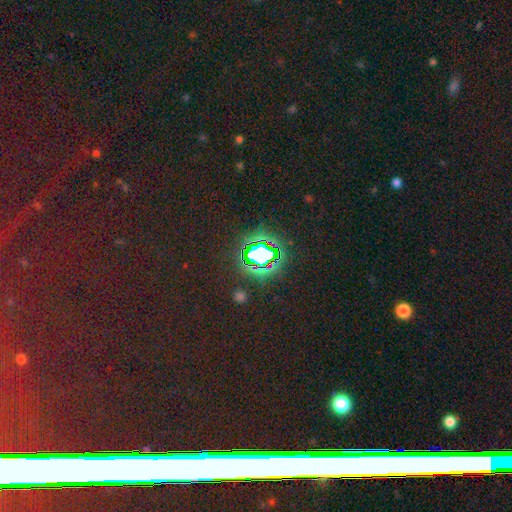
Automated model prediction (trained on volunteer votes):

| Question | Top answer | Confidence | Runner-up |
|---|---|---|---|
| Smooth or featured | star or artifact | 75% | smooth (15%) |